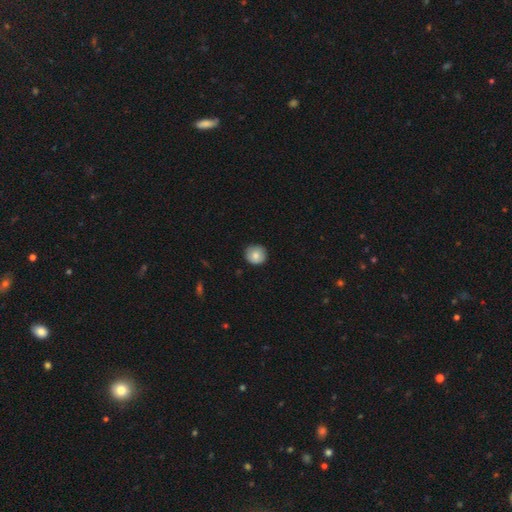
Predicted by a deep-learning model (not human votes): smooth-or-featured: smooth: 81% | featured or disk: 12% | star or artifact: 7%
  how-rounded: round: 90% | in between: 9% | cigar-shaped: 1%
  merging: none: 81% | minor disturbance: 16% | major disturbance: 2% | merger: 1%